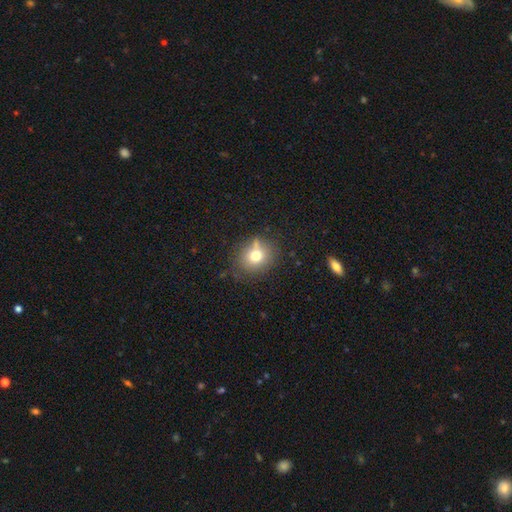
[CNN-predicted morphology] type=smooth (74%); roundness=round (71%); merging=none (71%).